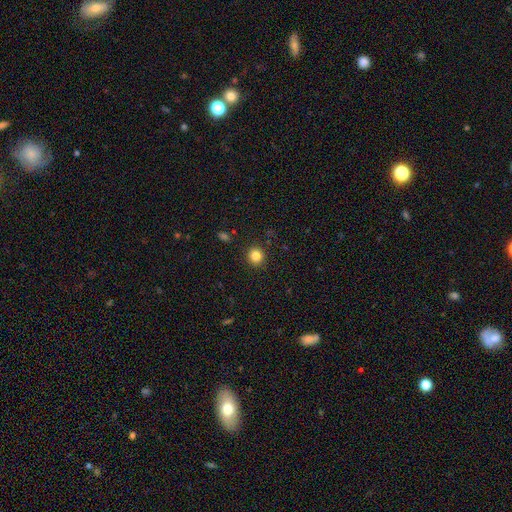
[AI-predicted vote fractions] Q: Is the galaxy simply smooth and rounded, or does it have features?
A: smooth — 83%.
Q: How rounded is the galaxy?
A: round — 90%.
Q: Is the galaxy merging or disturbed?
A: none — 91%.